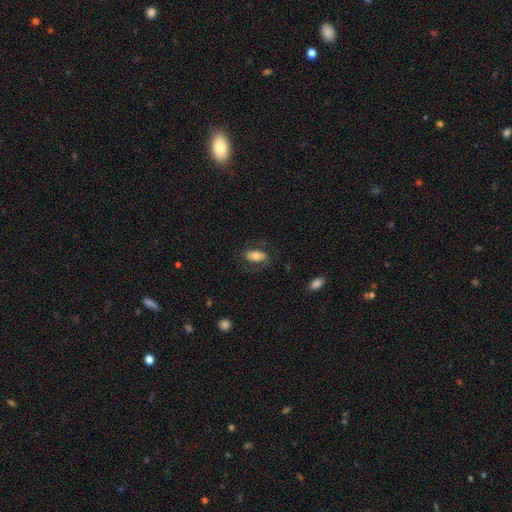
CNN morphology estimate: type=smooth (65%); roundness=in between (89%); merging=none (69%).